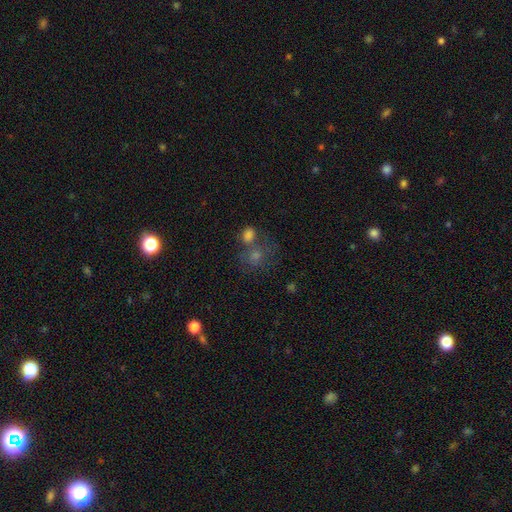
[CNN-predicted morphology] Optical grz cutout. It shows a smooth galaxy with no disk features (53%) that is round (79%). Merging: none (52%).